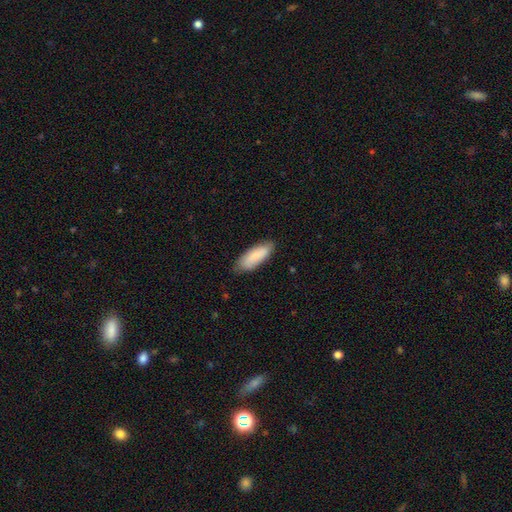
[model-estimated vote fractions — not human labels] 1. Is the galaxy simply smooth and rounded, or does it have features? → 85% smooth, 10% featured or disk, 6% star or artifact.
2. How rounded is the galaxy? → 69% in between, 30% cigar-shaped, 2% round.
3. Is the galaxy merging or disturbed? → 79% none, 17% minor disturbance, 3% major disturbance, 1% merger.